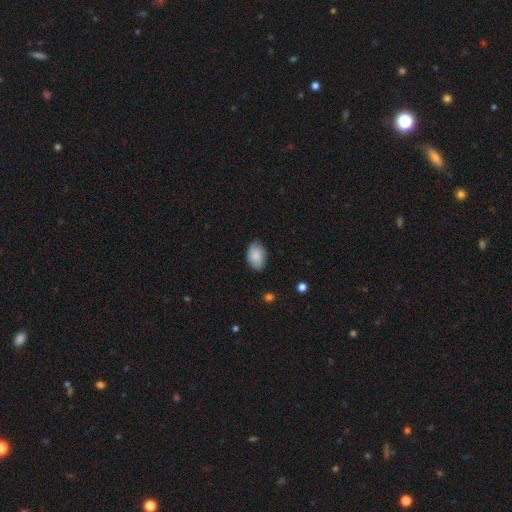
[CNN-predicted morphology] Q: Smooth or featured?
A: smooth (87%); runner-up: featured or disk (7%)
Q: How rounded?
A: in between (90%); runner-up: round (9%)
Q: Merging?
A: none (79%); runner-up: minor disturbance (17%)